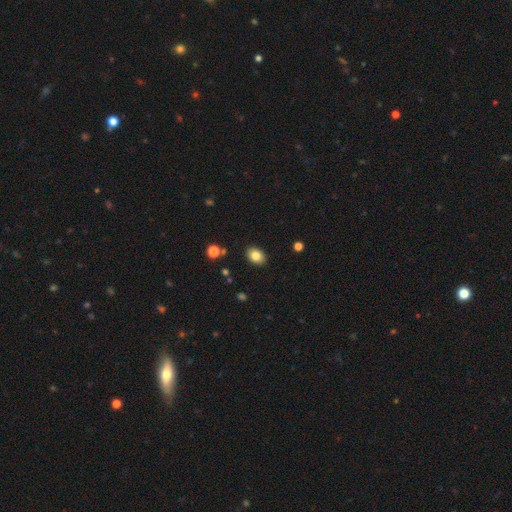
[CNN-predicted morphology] Smooth or featured? Predicted: smooth (p=0.83). How rounded? Predicted: in between (p=0.73). Merging? Predicted: none (p=0.88).